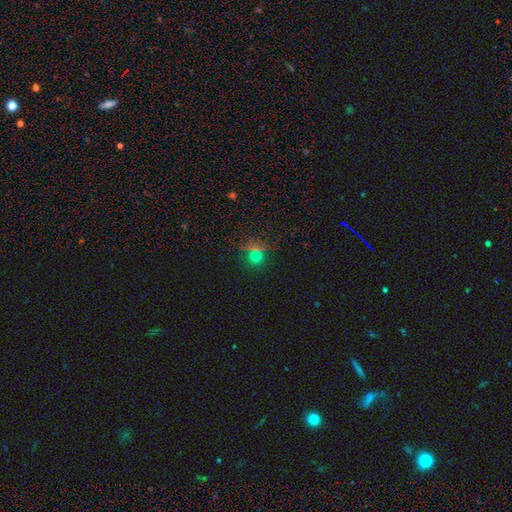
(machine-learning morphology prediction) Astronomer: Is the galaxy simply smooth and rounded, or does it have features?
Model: smooth — 59%.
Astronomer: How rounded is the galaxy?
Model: round — 90%.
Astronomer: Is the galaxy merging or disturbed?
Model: none — 81%.